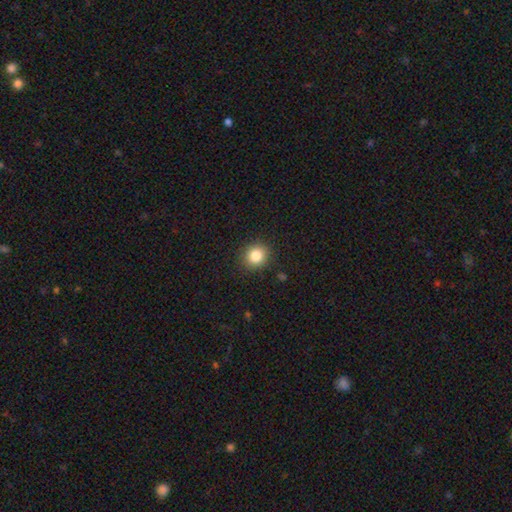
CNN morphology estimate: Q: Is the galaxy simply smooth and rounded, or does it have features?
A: smooth — 84%.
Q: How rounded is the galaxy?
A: round — 85%.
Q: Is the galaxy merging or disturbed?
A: none — 90%.